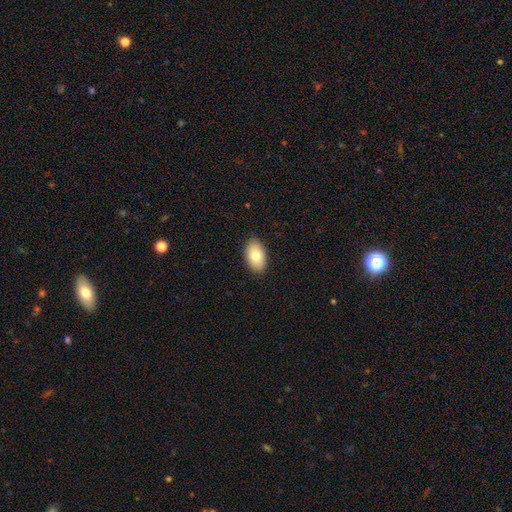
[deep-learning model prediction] Smooth or featured?
  - smooth: 79% *
  - featured or disk: 14%
  - star or artifact: 7%
How rounded?
  - in between: 93% *
  - round: 6%
  - cigar-shaped: 1%
Merging?
  - none: 89% *
  - minor disturbance: 8%
  - major disturbance: 2%
  - merger: 1%